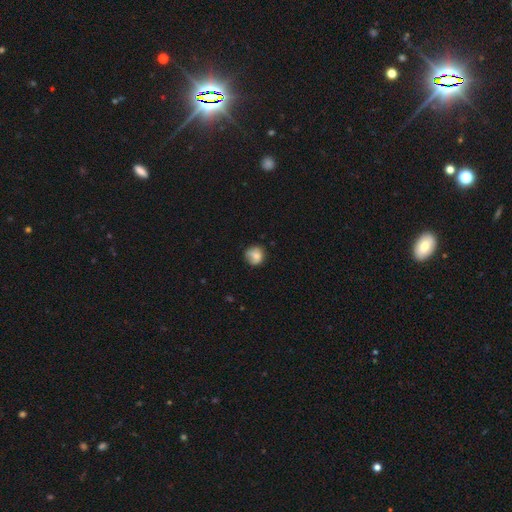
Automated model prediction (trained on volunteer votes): This is likely a smooth galaxy (75%). How rounded: clearly round (83%). Merging: likely none (64%).